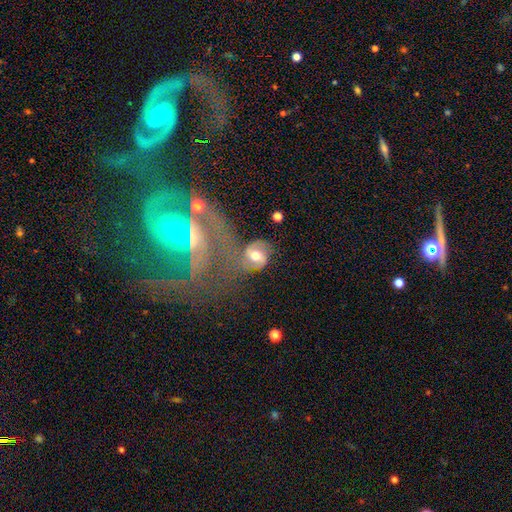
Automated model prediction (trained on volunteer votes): The model was most divided on "bar": weak: 41%, no: 40%, strong: 18%. More confident: edge-on disk — no (96%); spiral arms — yes (81%); bulge size — moderate (71%); smooth or featured — featured or disk (59%); merging — none (57%).